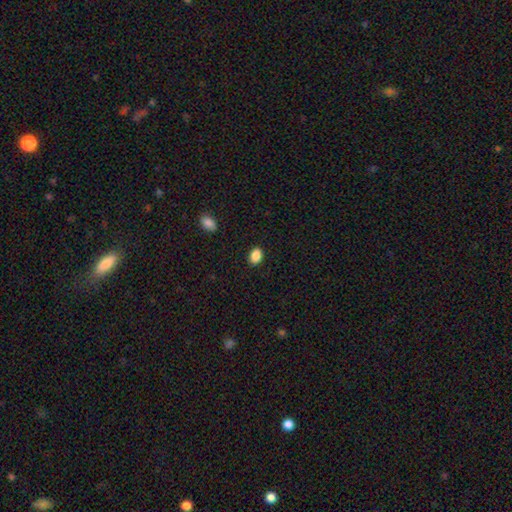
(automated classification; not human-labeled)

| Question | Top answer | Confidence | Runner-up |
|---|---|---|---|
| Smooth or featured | smooth | 88% | star or artifact (9%) |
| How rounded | in between | 80% | round (19%) |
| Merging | none | 88% | minor disturbance (9%) |